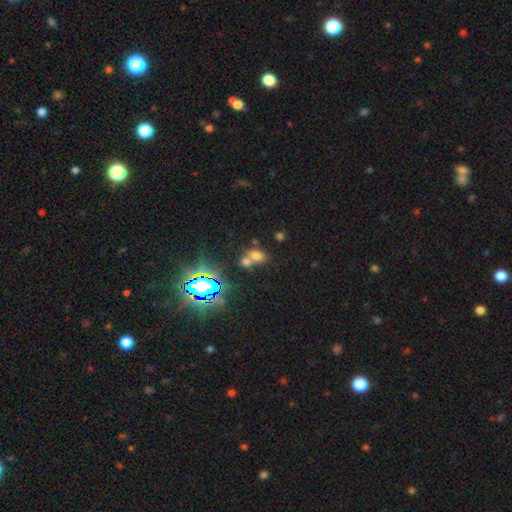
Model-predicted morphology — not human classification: smooth 60%, star or artifact 28%, featured or disk 12%. Down the decision tree: how rounded — in between (61%); merging — merger (54%).